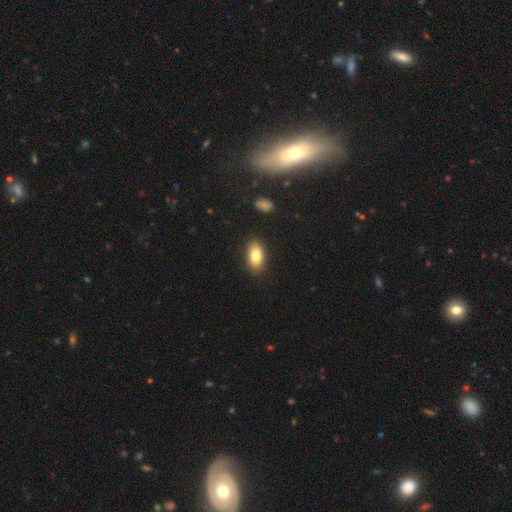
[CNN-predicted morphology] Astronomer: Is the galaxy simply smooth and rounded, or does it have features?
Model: smooth — 80%.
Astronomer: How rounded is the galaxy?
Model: in between — 90%.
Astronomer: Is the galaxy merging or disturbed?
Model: none — 88%.